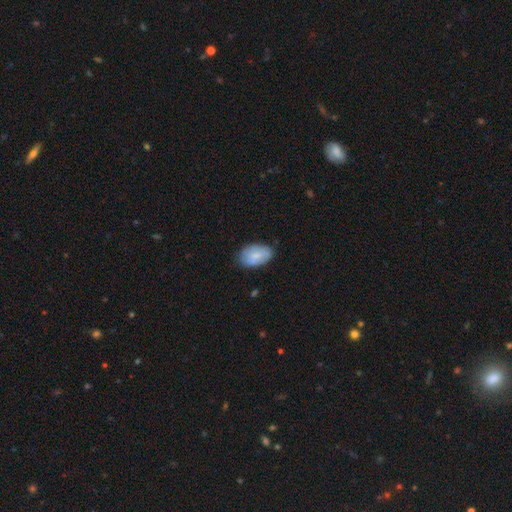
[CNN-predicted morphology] smooth_or_featured: smooth (p=0.73) [alt: featured or disk p=0.21]
how_rounded: in between (p=0.92) [alt: round p=0.07]
merging: none (p=0.71) [alt: minor disturbance p=0.23]